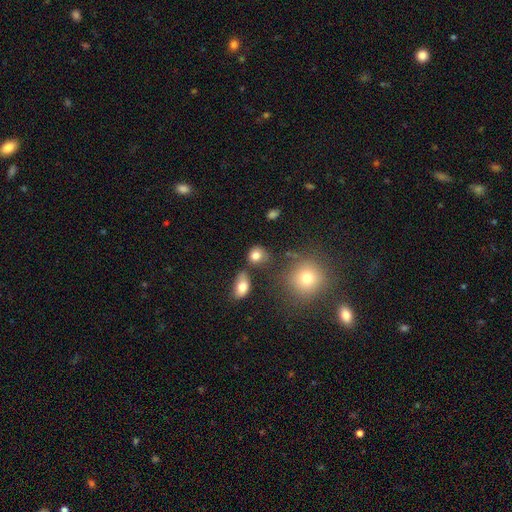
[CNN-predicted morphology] Overall: smooth (81%). How rounded: round (72%). Merging: none (66%).